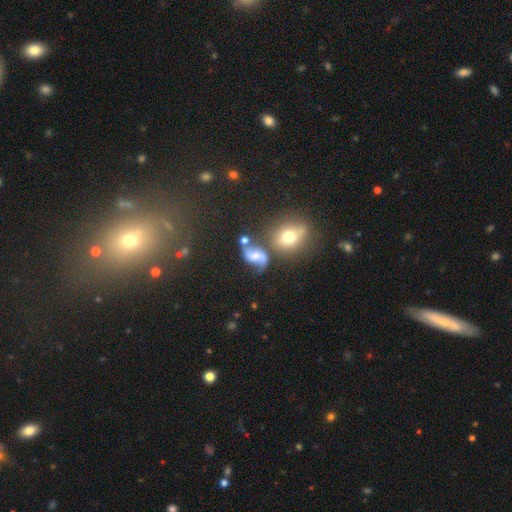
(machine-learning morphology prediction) Smooth or featured? featured or disk (64%)
Edge-on disk? no (97%)
Bar? no (44%)
Spiral arms? yes (91%)
Spiral winding? loose (63%)
Spiral arm count? 2 (90%)
Bulge size? moderate (36%)
Merging? none (50%)